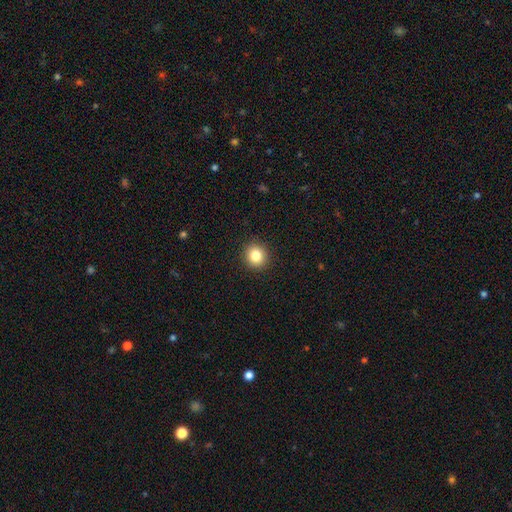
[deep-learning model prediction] Smooth or featured: smooth — 84% (star or artifact — 10%)
How rounded: round — 88% (in between — 11%)
Merging: none — 92% (minor disturbance — 5%)